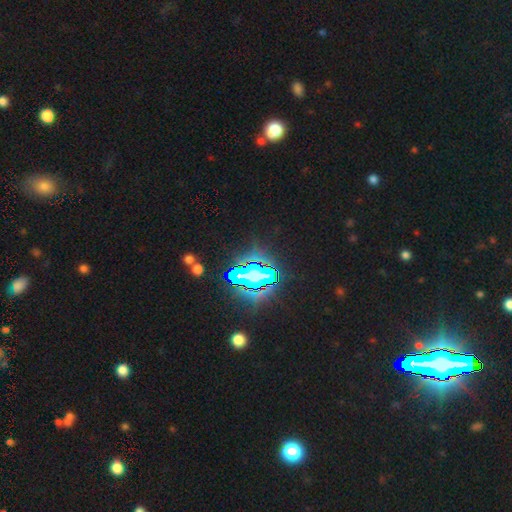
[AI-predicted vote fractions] This appears to be a star or artifact, not a galaxy (79%).